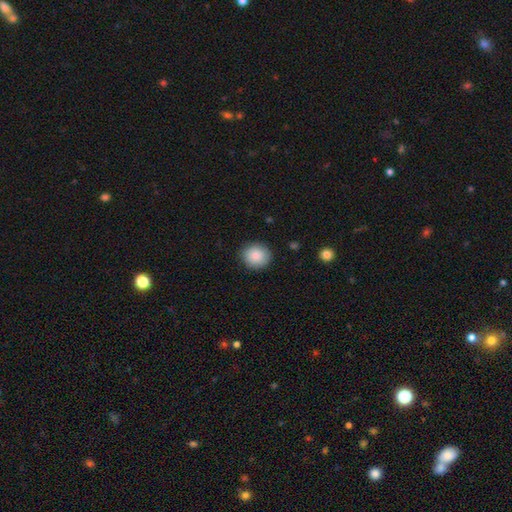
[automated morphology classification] Smooth or featured?
  - smooth: 87% *
  - star or artifact: 7%
  - featured or disk: 5%
How rounded?
  - round: 87% *
  - in between: 12%
  - cigar-shaped: 1%
Merging?
  - none: 89% *
  - minor disturbance: 8%
  - major disturbance: 2%
  - merger: 1%